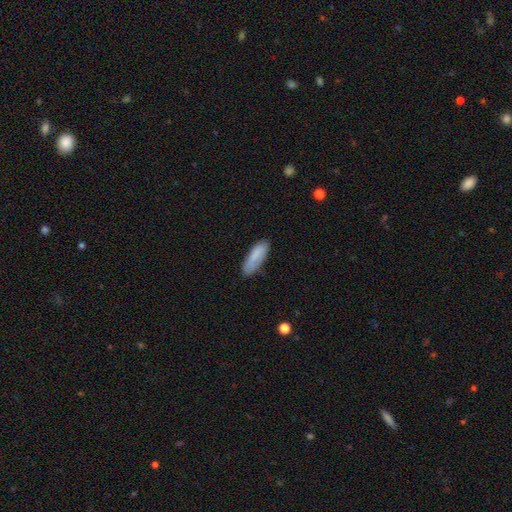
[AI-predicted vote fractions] Morphology: type=smooth (82%); roundness=in between (59%); merging=none (75%).